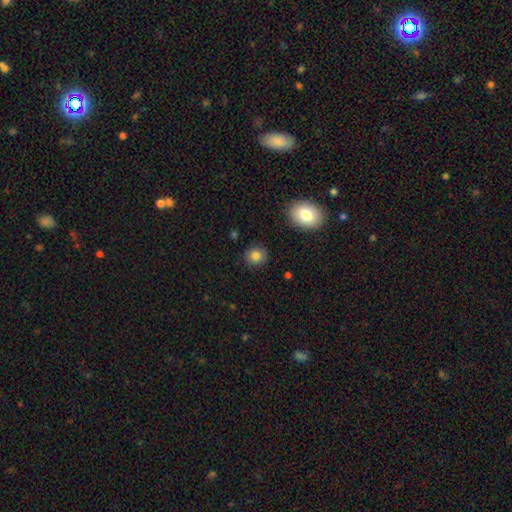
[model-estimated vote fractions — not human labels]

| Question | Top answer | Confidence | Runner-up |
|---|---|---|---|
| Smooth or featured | smooth | 83% | star or artifact (11%) |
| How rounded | round | 80% | in between (19%) |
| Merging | none | 89% | minor disturbance (8%) |